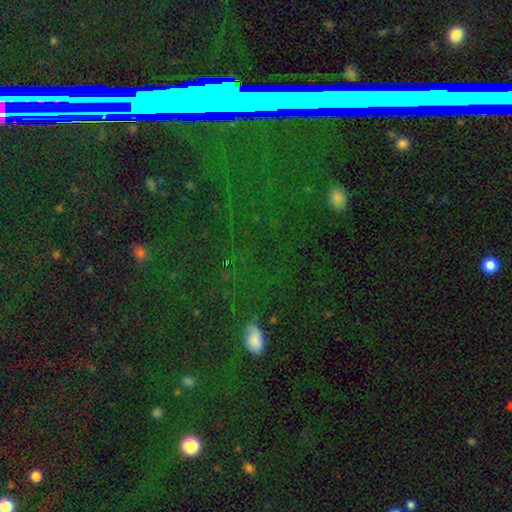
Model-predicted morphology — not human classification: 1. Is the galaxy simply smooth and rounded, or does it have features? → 65% star or artifact, 21% smooth, 14% featured or disk.